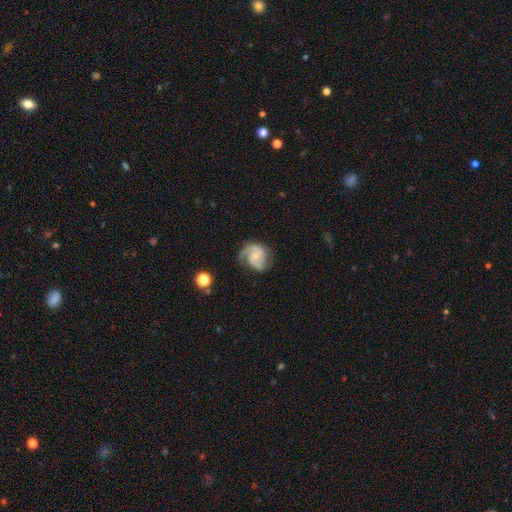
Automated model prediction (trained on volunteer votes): smooth_or_featured: featured or disk (p=0.80) [alt: smooth p=0.14]
disk_edge_on: no (p=0.98) [alt: yes p=0.02]
bar: no (p=0.62) [alt: weak p=0.32]
has_spiral_arms: yes (p=0.95) [alt: no p=0.05]
spiral_winding: medium (p=0.46) [alt: tight p=0.35]
spiral_arm_count: 2 (p=0.67) [alt: 1 p=0.22]
bulge_size: small (p=0.58) [alt: moderate p=0.24]
merging: none (p=0.62) [alt: minor disturbance p=0.22]